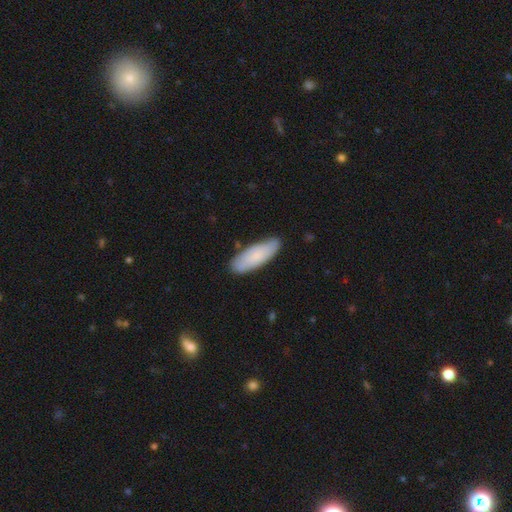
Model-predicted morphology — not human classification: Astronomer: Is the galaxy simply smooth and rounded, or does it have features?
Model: smooth — 78%.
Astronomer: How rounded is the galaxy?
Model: in between — 64%.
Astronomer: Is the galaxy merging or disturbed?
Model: none — 79%.